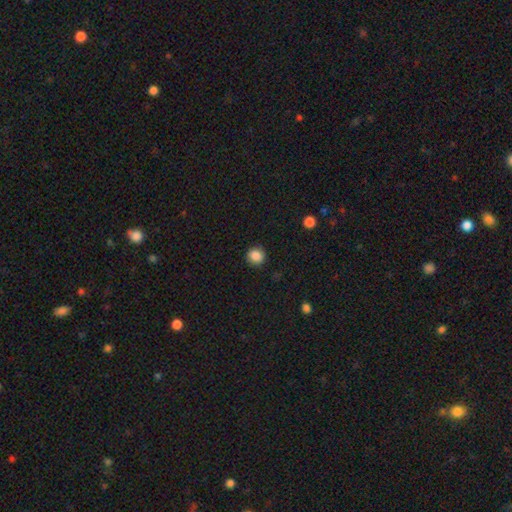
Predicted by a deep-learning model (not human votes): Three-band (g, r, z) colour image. It shows a smooth galaxy with no disk features (86%) that is round (89%). Merging: none (90%).